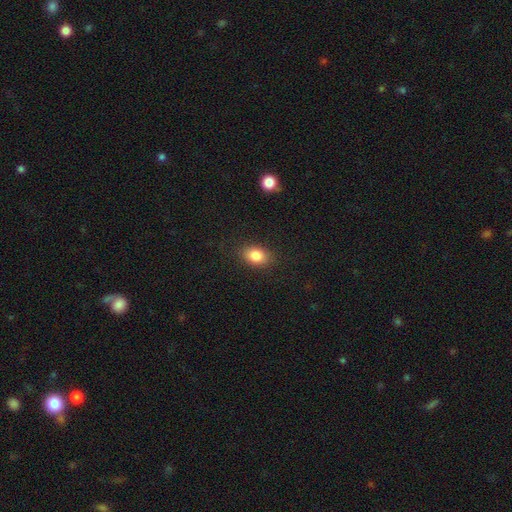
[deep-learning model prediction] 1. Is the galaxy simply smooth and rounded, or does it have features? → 85% smooth, 9% star or artifact, 7% featured or disk.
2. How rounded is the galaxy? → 77% in between, 21% round, 1% cigar-shaped.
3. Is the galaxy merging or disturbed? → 85% none, 11% minor disturbance, 3% major disturbance, 1% merger.